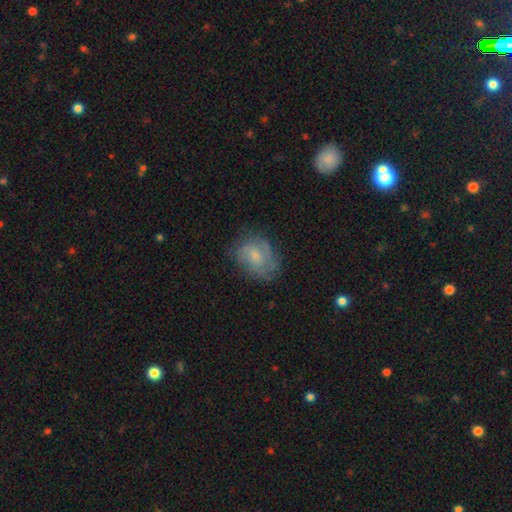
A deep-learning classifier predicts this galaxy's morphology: smooth 54%, featured or disk 38%, star or artifact 9%. Down the decision tree: how rounded — in between (55%); merging — none (64%).